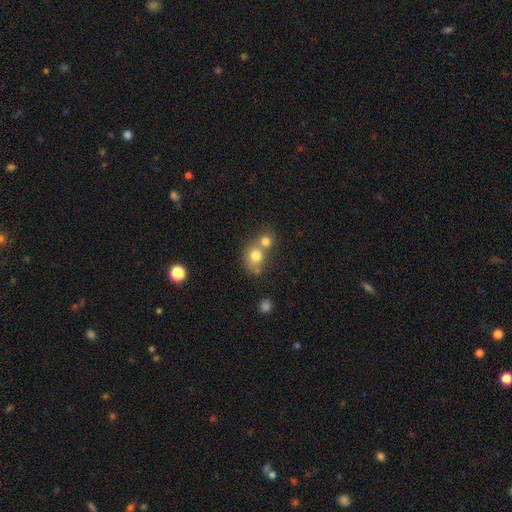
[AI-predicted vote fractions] smooth-or-featured: smooth: 75% | featured or disk: 13% | star or artifact: 12%
  how-rounded: round: 74% | in between: 25% | cigar-shaped: 1%
  merging: merger: 55% | none: 35% | minor disturbance: 7% | major disturbance: 3%